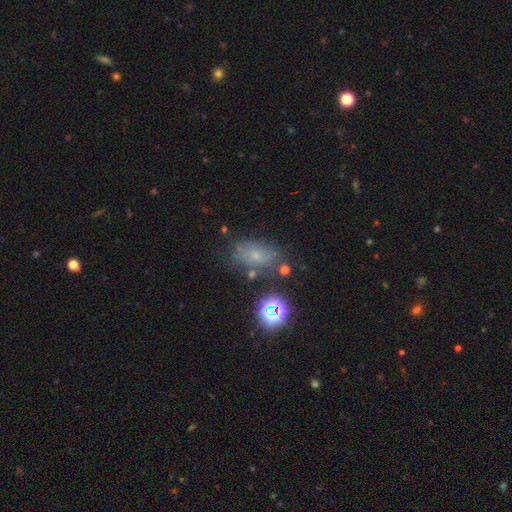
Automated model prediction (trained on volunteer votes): Smooth or featured? smooth (48%)
Merging? none (60%)